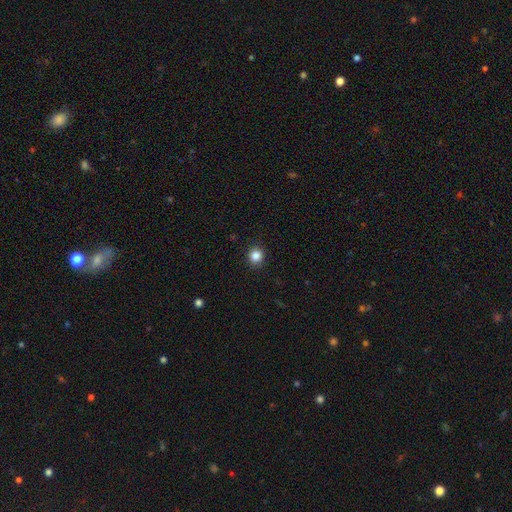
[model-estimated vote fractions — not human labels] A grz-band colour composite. It shows a smooth galaxy with no disk features (85%) that is round (89%). Merging: none (92%).